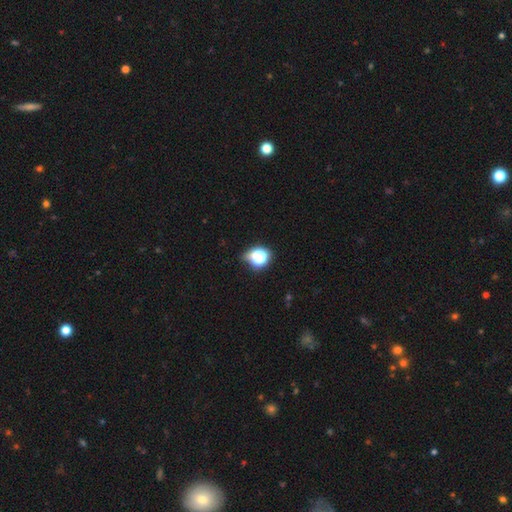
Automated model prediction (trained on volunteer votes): Smooth or featured? smooth (60%)
How rounded? round (73%)
Merging? none (68%)